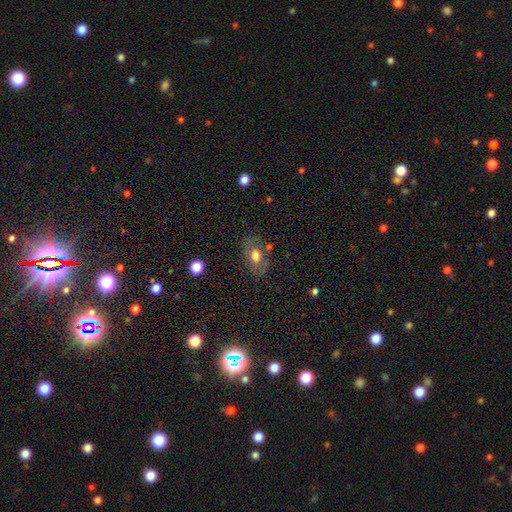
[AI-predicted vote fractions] smooth 65%, featured or disk 25%, star or artifact 10%. Down the decision tree: how rounded — in between (81%); merging — none (73%).